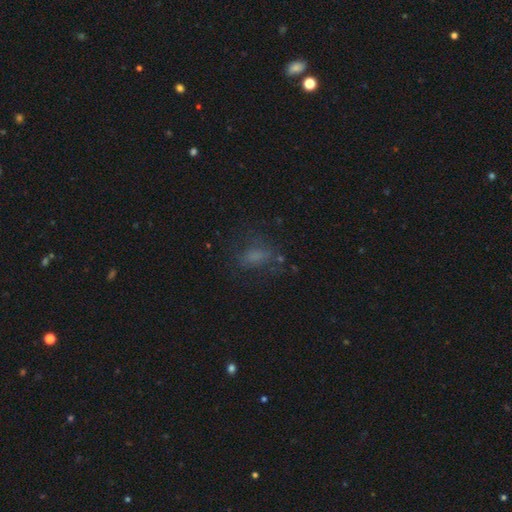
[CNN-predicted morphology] Smooth or featured? Predicted: smooth (p=0.57). How rounded? Predicted: in between (p=0.74). Merging? Predicted: none (p=0.59).